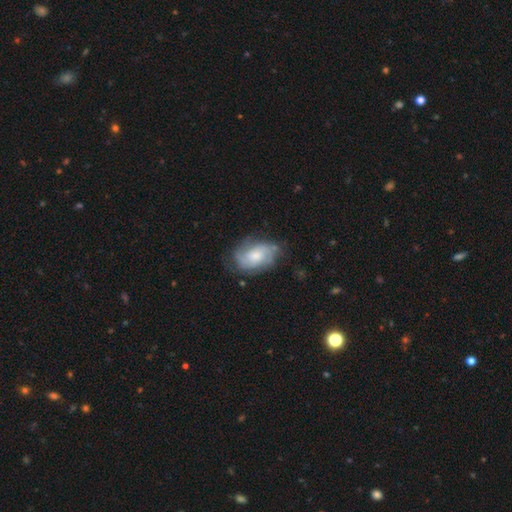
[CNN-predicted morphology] A featured or disk galaxy (63%) with no bar (68%), 2 (36%) medium (41%, tied with tight) spiral arms (87%) and a moderate central bulge (53%). Merging: none (65%).